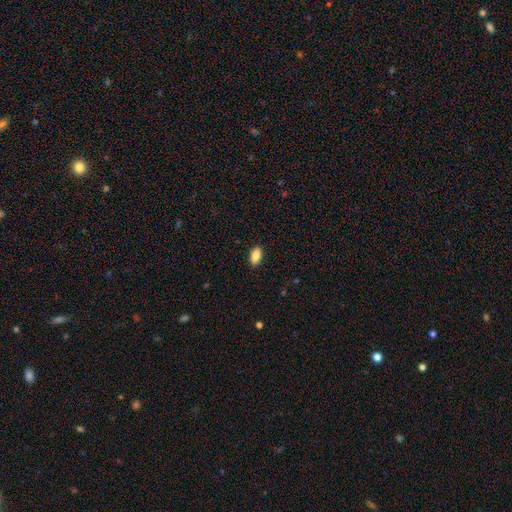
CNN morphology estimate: smooth_or_featured: smooth (p=0.84) [alt: featured or disk p=0.09]
how_rounded: in between (p=0.90) [alt: cigar-shaped p=0.07]
merging: none (p=0.89) [alt: minor disturbance p=0.08]